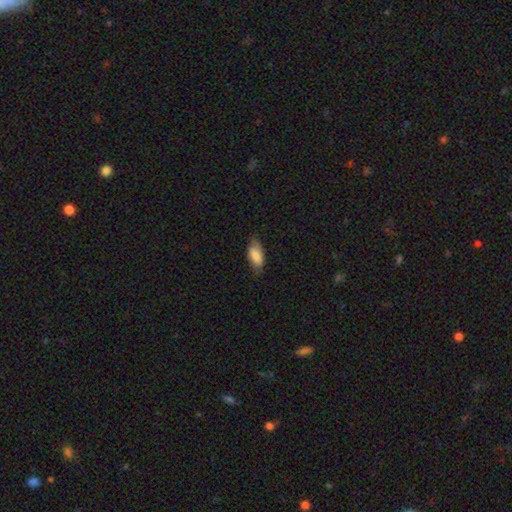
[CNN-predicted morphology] Q: Smooth or featured?
A: smooth (82%); runner-up: featured or disk (11%)
Q: How rounded?
A: in between (86%); runner-up: cigar-shaped (12%)
Q: Merging?
A: none (75%); runner-up: minor disturbance (20%)